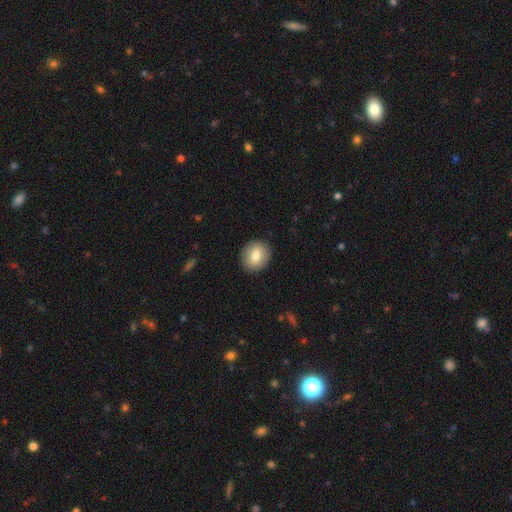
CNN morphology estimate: Smooth or featured? smooth (74%)
How rounded? round (70%)
Merging? none (90%)